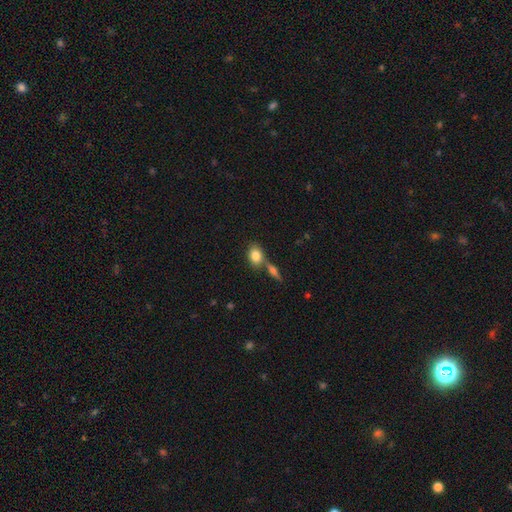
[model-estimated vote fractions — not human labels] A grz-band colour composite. It shows a smooth galaxy with no disk features (82%) that is in between round and cigar-shaped (70%). Merging: none (50%).